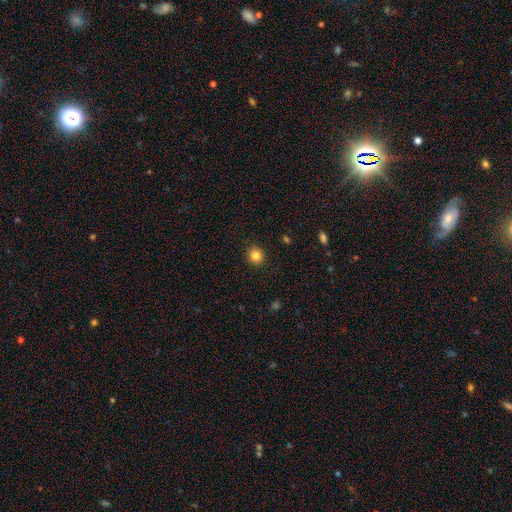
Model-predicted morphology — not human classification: Overall: smooth (84%). How rounded: round (86%). Merging: none (91%).